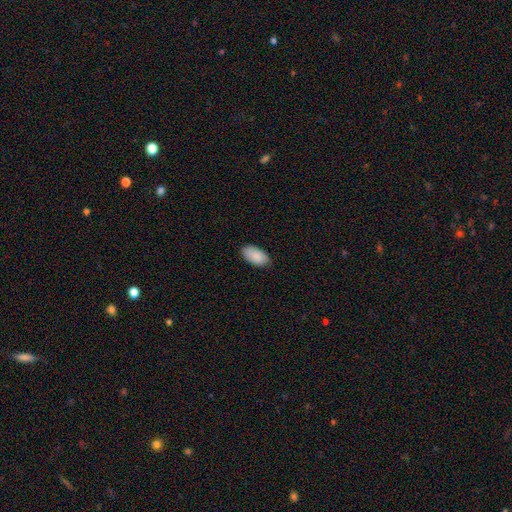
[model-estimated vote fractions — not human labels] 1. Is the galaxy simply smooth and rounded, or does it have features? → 90% smooth, 6% star or artifact, 4% featured or disk.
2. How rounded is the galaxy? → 95% in between, 3% round, 2% cigar-shaped.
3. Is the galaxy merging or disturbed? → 81% none, 16% minor disturbance, 2% major disturbance, 1% merger.